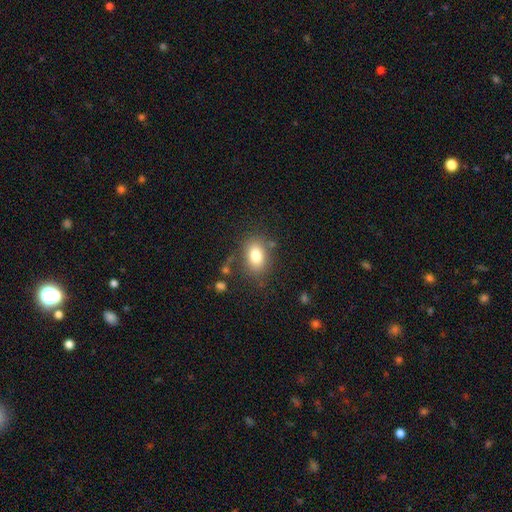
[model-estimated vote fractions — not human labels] Smooth or featured? Predicted: smooth (p=0.79). How rounded? Predicted: in between (p=0.77). Merging? Predicted: none (p=0.76).